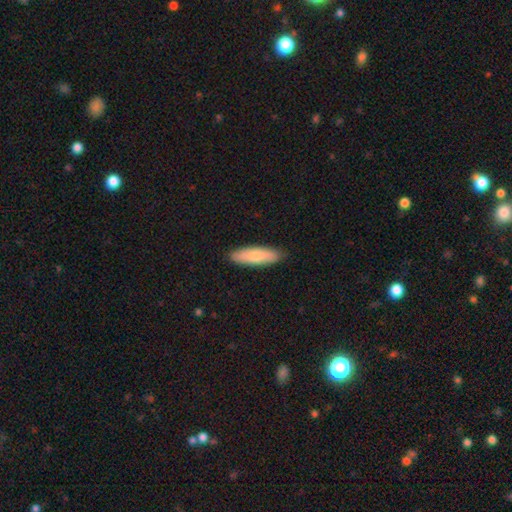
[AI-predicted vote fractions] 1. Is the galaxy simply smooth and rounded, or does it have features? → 78% smooth, 17% featured or disk, 5% star or artifact.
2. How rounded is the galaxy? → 57% cigar-shaped, 42% in between, 2% round.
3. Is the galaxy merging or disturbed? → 89% none, 9% minor disturbance, 2% major disturbance, 1% merger.